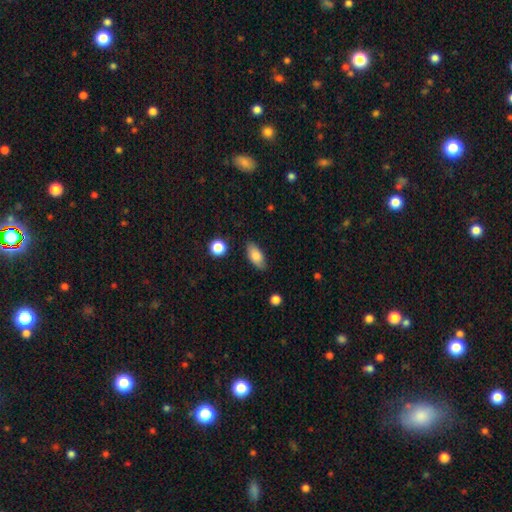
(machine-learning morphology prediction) smooth 82%, featured or disk 11%, star or artifact 7%. Down the decision tree: how rounded — in between (89%); merging — none (80%).